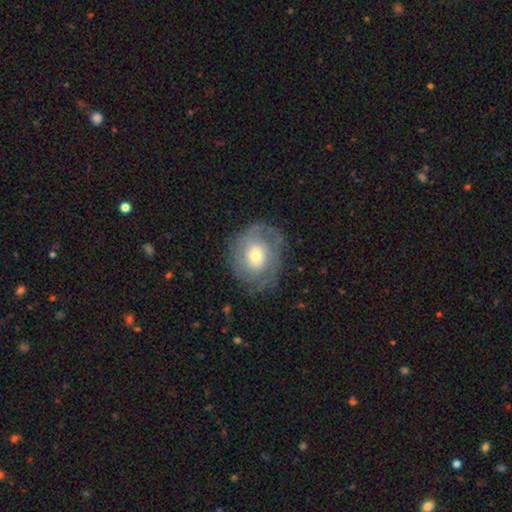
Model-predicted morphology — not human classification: A featured or disk galaxy (69%) with no bar (73%), tight (62%) spiral arms (82%) and a moderate central bulge (55%). Merging: none (73%).